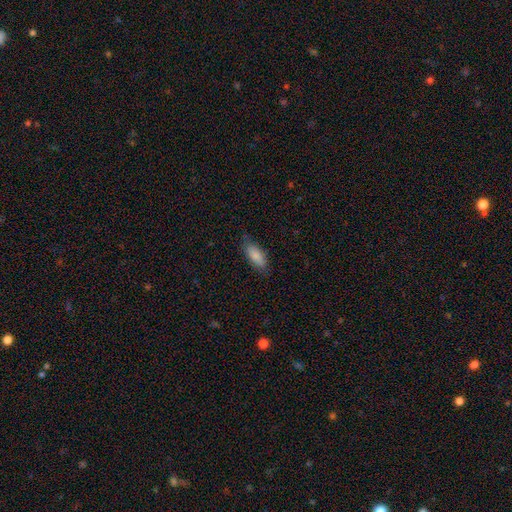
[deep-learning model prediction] smooth_or_featured: smooth (p=0.85) [alt: featured or disk p=0.09]
how_rounded: in between (p=0.74) [alt: cigar-shaped p=0.24]
merging: none (p=0.78) [alt: minor disturbance p=0.17]